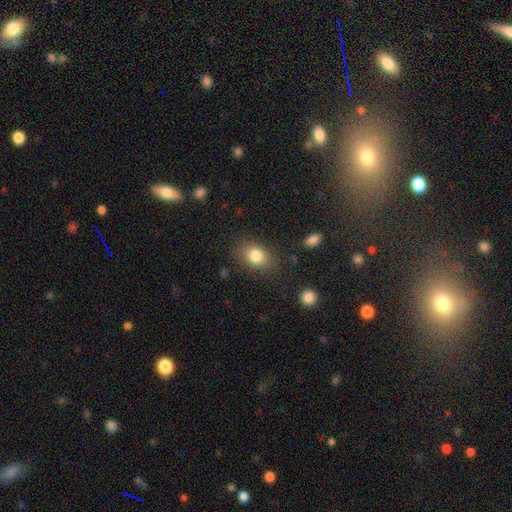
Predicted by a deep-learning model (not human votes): The model was most divided on "how rounded": in between: 69%, round: 30%, cigar-shaped: 1%. More confident: smooth or featured — smooth (83%); merging — none (79%).